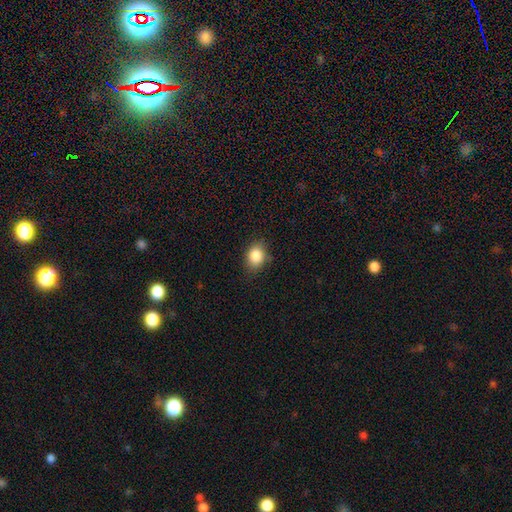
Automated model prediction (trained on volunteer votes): This is clearly a smooth galaxy (86%). How rounded: possibly in between (58%). Merging: likely none (78%).